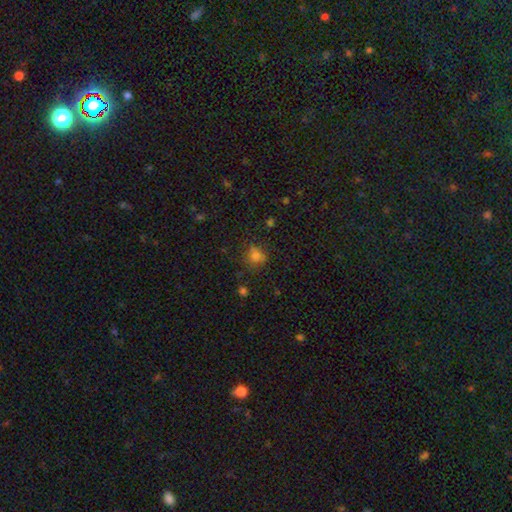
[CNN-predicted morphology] This is likely a smooth galaxy (69%). How rounded: likely round (76%). Merging: likely none (67%).